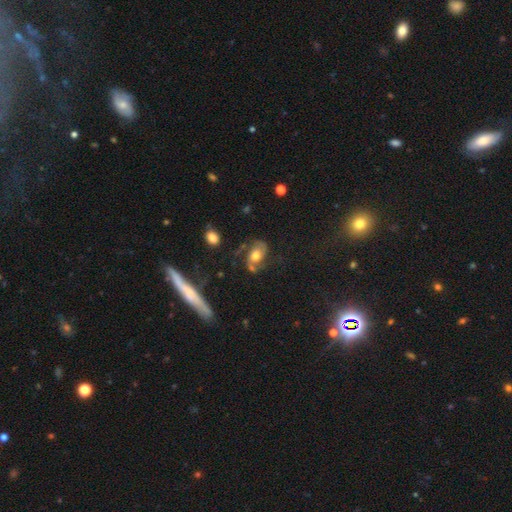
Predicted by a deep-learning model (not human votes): Q: Smooth or featured?
A: featured or disk (58%); runner-up: smooth (32%)
Q: Edge-on disk?
A: no (93%); runner-up: yes (7%)
Q: Bar?
A: no (69%); runner-up: weak (23%)
Q: Spiral arms?
A: yes (82%); runner-up: no (18%)
Q: Bulge size?
A: moderate (59%); runner-up: large (27%)
Q: Merging?
A: none (53%); runner-up: minor disturbance (23%)